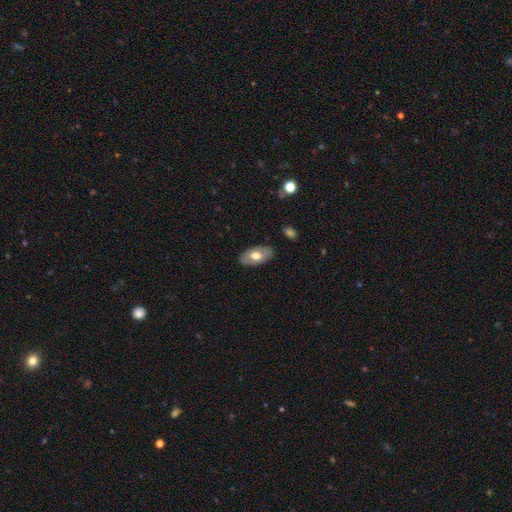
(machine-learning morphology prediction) A smooth galaxy with no disk features (59%) that is in between round and cigar-shaped (94%). Merging: none (85%).